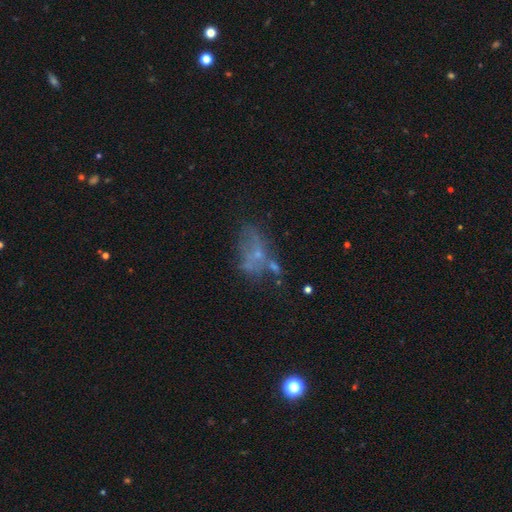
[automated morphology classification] The model was most divided on "merging": none: 37%, major disturbance: 28%, minor disturbance: 20%, merger: 15%. Remaining: smooth or featured — featured or disk (45%).